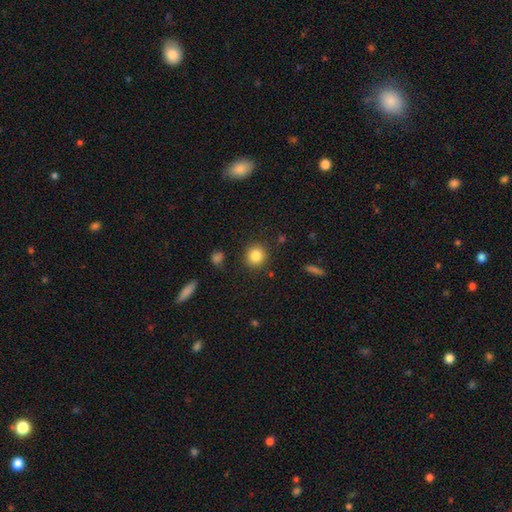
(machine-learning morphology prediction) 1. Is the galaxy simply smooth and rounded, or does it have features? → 84% smooth, 10% star or artifact, 6% featured or disk.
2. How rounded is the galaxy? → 89% round, 10% in between, 1% cigar-shaped.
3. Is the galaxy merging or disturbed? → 88% none, 7% minor disturbance, 3% major disturbance, 2% merger.